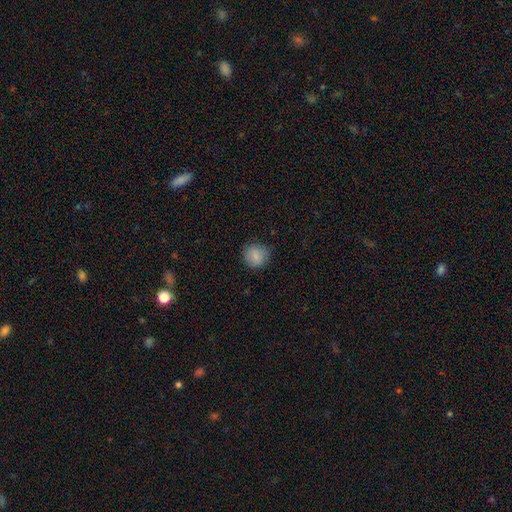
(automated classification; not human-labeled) Morphology: type=smooth (86%); roundness=round (88%); merging=none (78%).